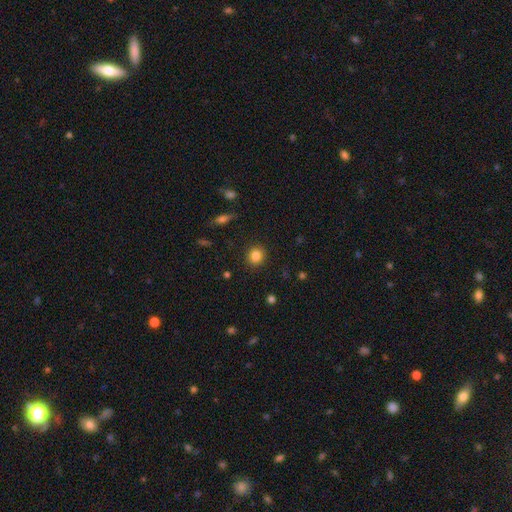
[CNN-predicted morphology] Smooth or featured?
  - smooth: 84% *
  - star or artifact: 11%
  - featured or disk: 6%
How rounded?
  - round: 88% *
  - in between: 11%
  - cigar-shaped: 1%
Merging?
  - none: 91% *
  - minor disturbance: 6%
  - major disturbance: 2%
  - merger: 1%